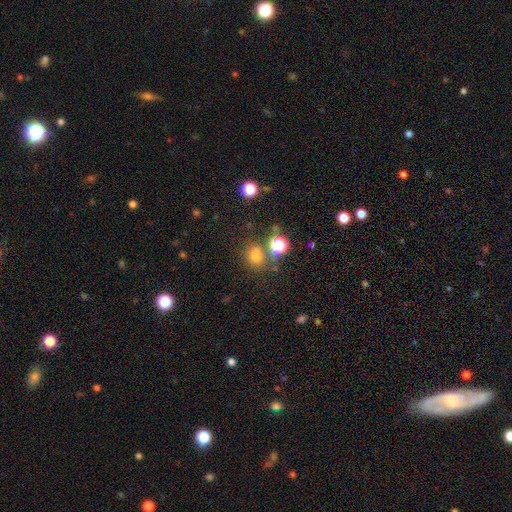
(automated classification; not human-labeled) A smooth galaxy with no disk features (70%) that is round (76%). Merging: none (71%).